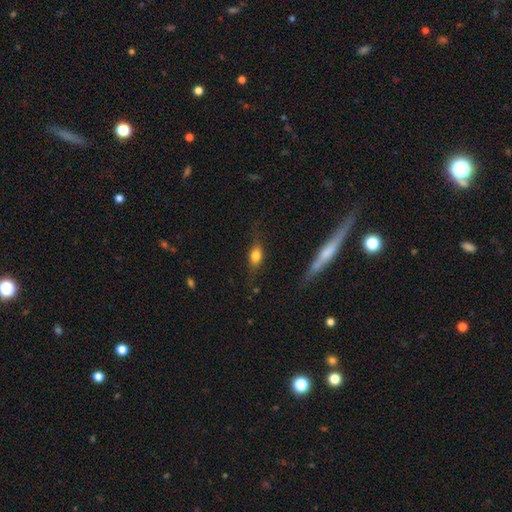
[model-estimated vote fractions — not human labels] Smooth or featured?
  - smooth: 67% *
  - featured or disk: 24%
  - star or artifact: 9%
How rounded?
  - in between: 70% *
  - cigar-shaped: 19%
  - round: 11%
Merging?
  - none: 70% *
  - minor disturbance: 19%
  - major disturbance: 8%
  - merger: 3%